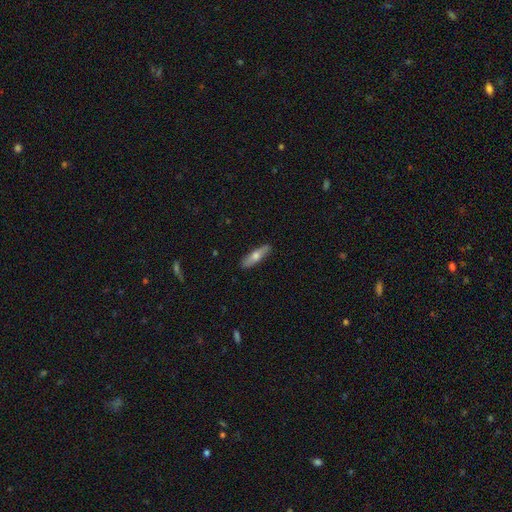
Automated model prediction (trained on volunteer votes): The model was most divided on "smooth or featured": smooth: 59%, featured or disk: 35%, star or artifact: 6%. More confident: merging — none (87%); how rounded — cigar-shaped (71%).